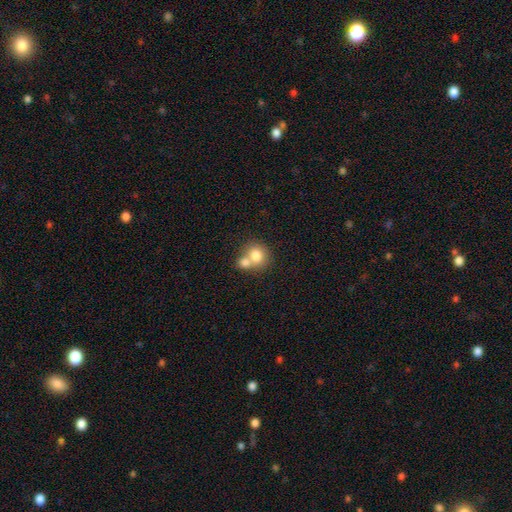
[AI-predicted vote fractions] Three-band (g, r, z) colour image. It shows a smooth galaxy with no disk features (76%) that is round (73%). Merging: merger (58%).